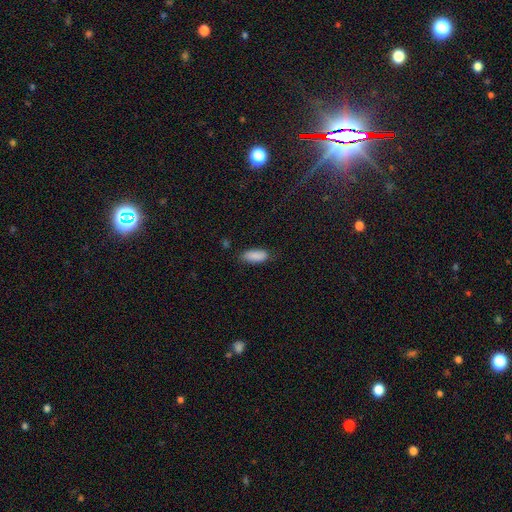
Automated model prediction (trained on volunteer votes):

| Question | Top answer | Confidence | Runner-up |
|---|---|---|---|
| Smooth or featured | smooth | 89% | star or artifact (7%) |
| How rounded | in between | 83% | cigar-shaped (15%) |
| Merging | none | 77% | minor disturbance (18%) |